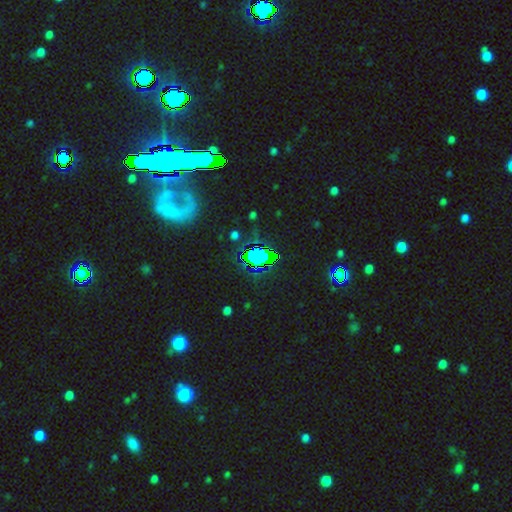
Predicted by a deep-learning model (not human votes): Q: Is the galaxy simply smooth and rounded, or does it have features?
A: star or artifact — 71%.